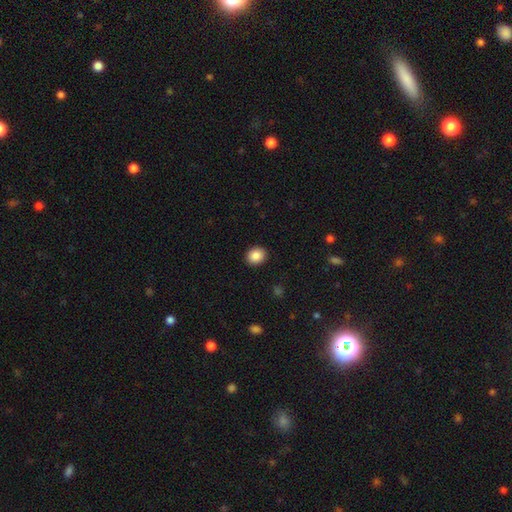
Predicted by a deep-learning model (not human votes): A smooth galaxy with no disk features (88%) that is round (61%).

Vote fractions:
- Smooth or featured? smooth: 88% / star or artifact: 8% / featured or disk: 4%
- How rounded? round: 61% / in between: 38% / cigar-shaped: 1%
- Merging? none: 91% / minor disturbance: 6% / major disturbance: 2% / merger: 1%